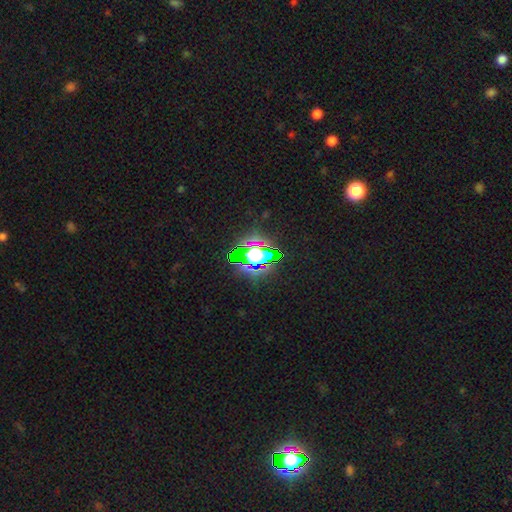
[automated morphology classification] This is possibly a star or artifact rather than a galaxy (57%).